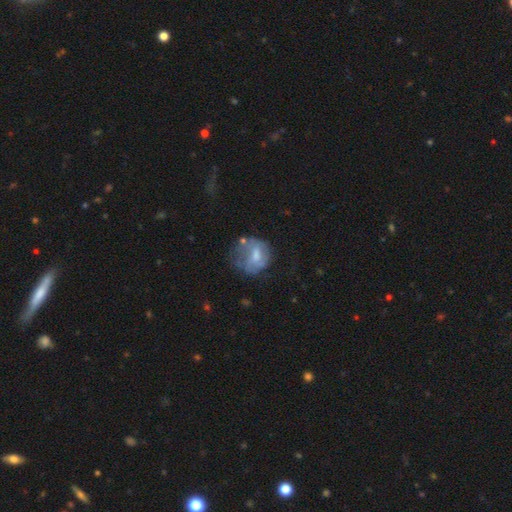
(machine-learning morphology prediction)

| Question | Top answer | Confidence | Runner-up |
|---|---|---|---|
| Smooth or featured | smooth | 46% | featured or disk (45%) |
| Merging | none | 39% | major disturbance (28%) |